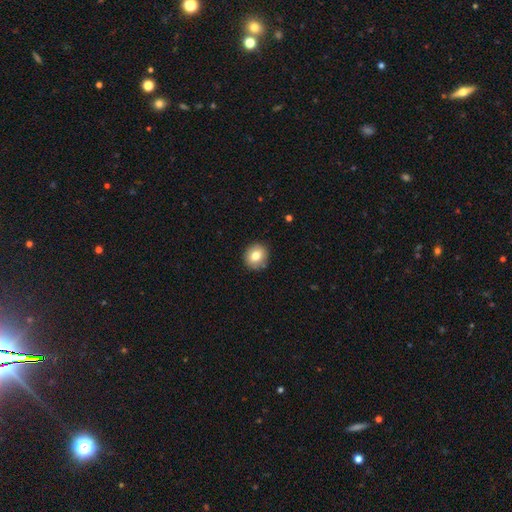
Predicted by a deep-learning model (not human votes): smooth_or_featured: smooth (p=0.79) [alt: featured or disk p=0.12]
how_rounded: round (p=0.80) [alt: in between p=0.19]
merging: none (p=0.88) [alt: minor disturbance p=0.09]